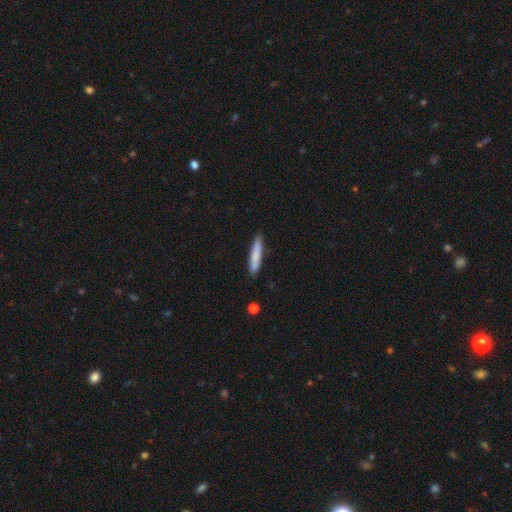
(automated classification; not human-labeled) Smooth or featured: smooth — 80% (featured or disk — 14%)
How rounded: cigar-shaped — 91% (in between — 8%)
Merging: none — 86% (minor disturbance — 10%)